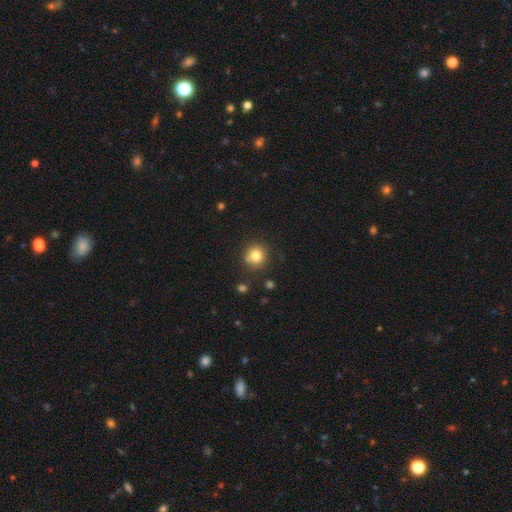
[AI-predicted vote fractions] Morphology: type=smooth (80%); roundness=round (91%); merging=none (82%).